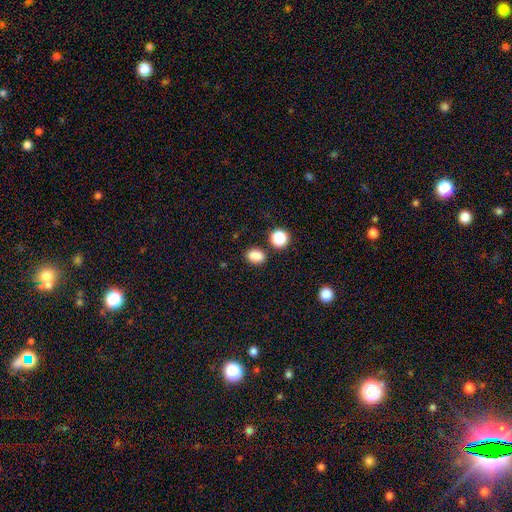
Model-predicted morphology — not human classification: This is clearly a smooth galaxy (85%). How rounded: likely in between (75%). Merging: clearly none (82%).